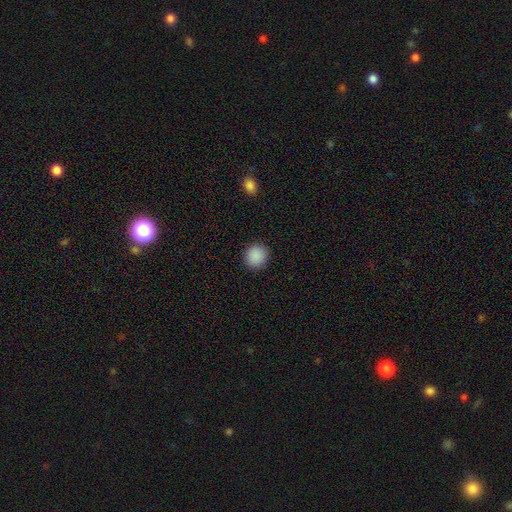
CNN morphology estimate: Smooth or featured: smooth — 89% (star or artifact — 8%)
How rounded: round — 89% (in between — 10%)
Merging: none — 91% (minor disturbance — 6%)